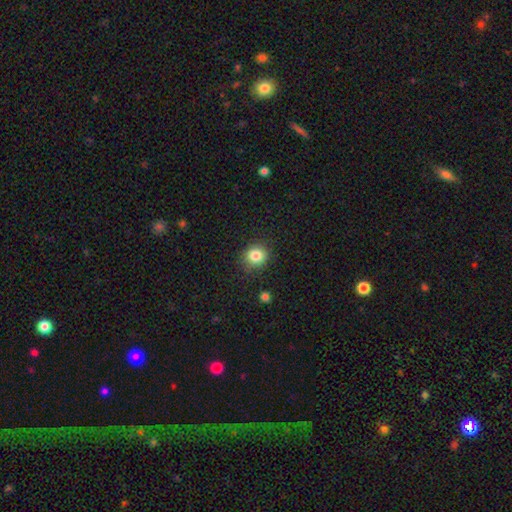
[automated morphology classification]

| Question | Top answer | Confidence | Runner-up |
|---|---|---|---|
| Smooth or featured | smooth | 83% | star or artifact (11%) |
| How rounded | round | 81% | in between (18%) |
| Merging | none | 85% | minor disturbance (10%) |